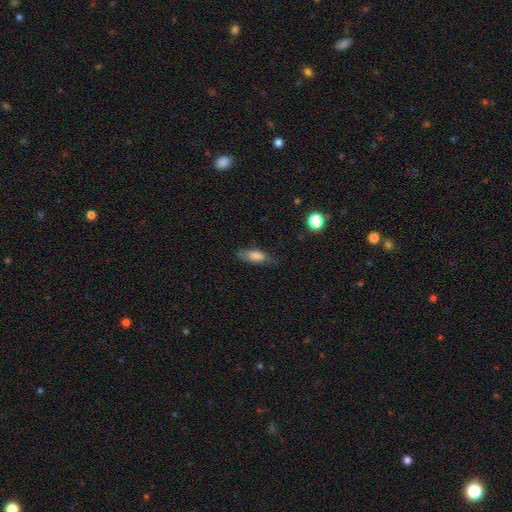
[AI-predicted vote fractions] A smooth galaxy with no disk features (73%) that is in between round and cigar-shaped (51%). Merging: none (70%).